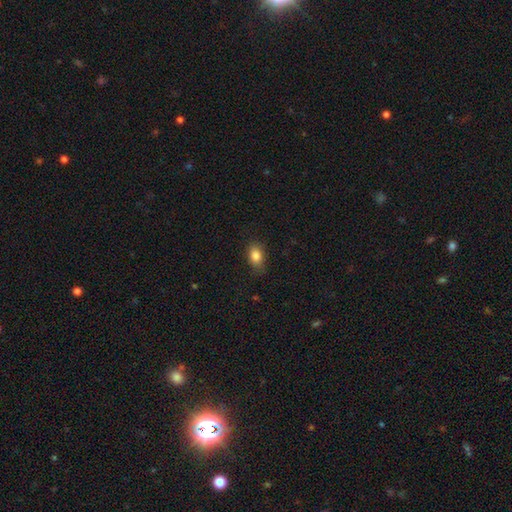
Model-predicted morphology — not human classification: smooth-or-featured: smooth: 85% | star or artifact: 9% | featured or disk: 6%
  how-rounded: in between: 81% | round: 17% | cigar-shaped: 2%
  merging: none: 80% | minor disturbance: 16% | major disturbance: 4% | merger: 1%